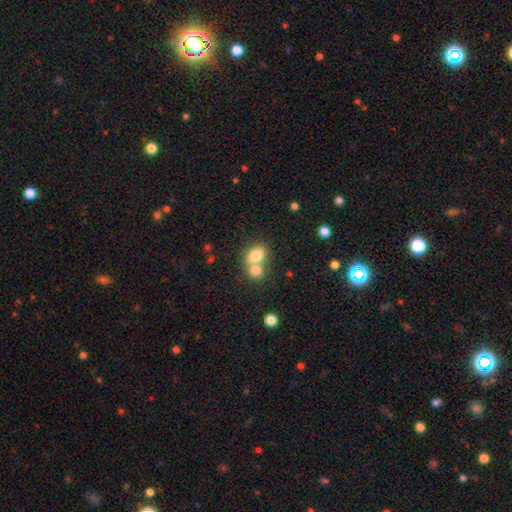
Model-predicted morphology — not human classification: A smooth galaxy with no disk features (78%) that is in between round and cigar-shaped (58%). Merging: merger (61%).